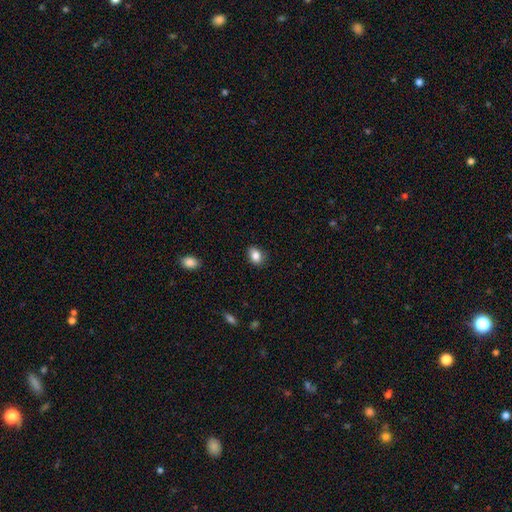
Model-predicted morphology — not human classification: This appears to be a smooth galaxy with no disk features (84%) that is in between round and cigar-shaped (72%). Merging: none (83%).